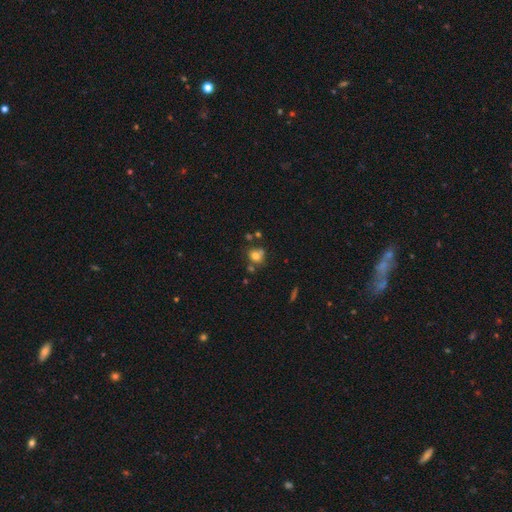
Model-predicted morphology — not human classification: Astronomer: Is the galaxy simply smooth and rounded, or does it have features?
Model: smooth — 75%.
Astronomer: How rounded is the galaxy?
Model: round — 76%.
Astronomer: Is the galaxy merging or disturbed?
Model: none — 58%.